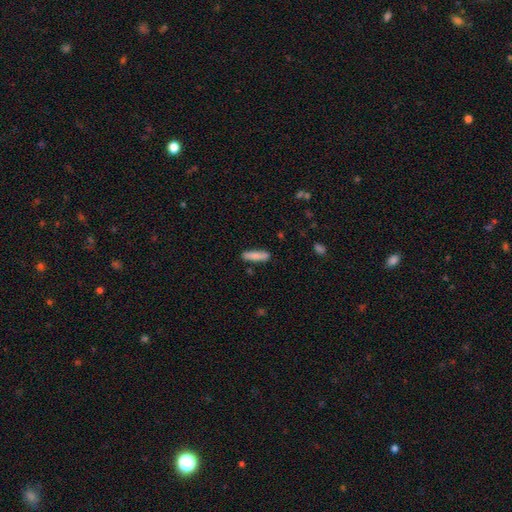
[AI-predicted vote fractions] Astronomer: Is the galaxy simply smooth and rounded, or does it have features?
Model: smooth — 84%.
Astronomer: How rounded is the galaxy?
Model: cigar-shaped — 73%.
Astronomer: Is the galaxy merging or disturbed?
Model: none — 84%.